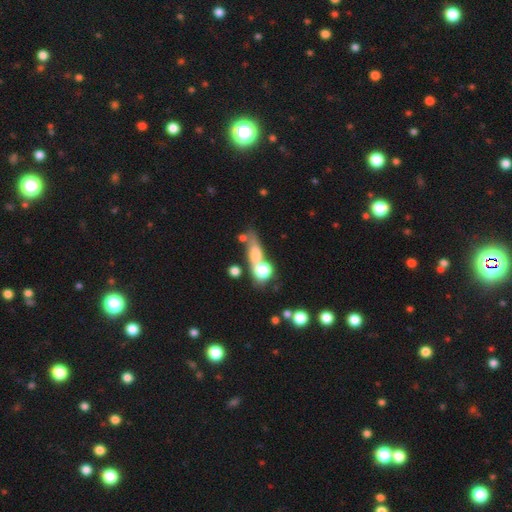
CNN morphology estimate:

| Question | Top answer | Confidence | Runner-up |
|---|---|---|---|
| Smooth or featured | smooth | 61% | featured or disk (23%) |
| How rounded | in between | 40% | cigar-shaped (31%) |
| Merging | merger | 37% | tied: none (37%) |